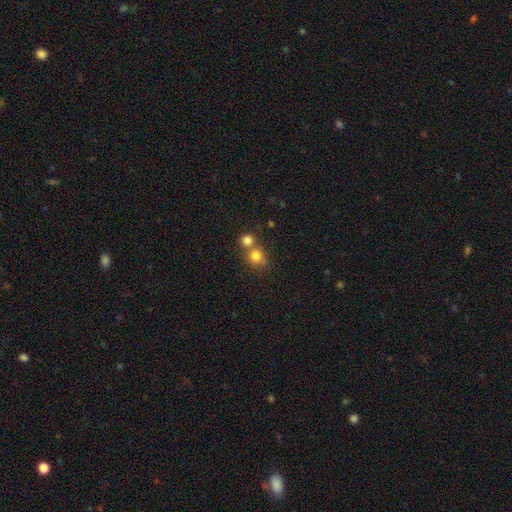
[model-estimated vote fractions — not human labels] A smooth galaxy with no disk features (80%) that is round (87%).

Vote fractions:
- Smooth or featured? smooth: 80% / star or artifact: 12% / featured or disk: 8%
- How rounded? round: 87% / in between: 12% / cigar-shaped: 1%
- Merging? none: 50% / merger: 41% / minor disturbance: 7% / major disturbance: 3%